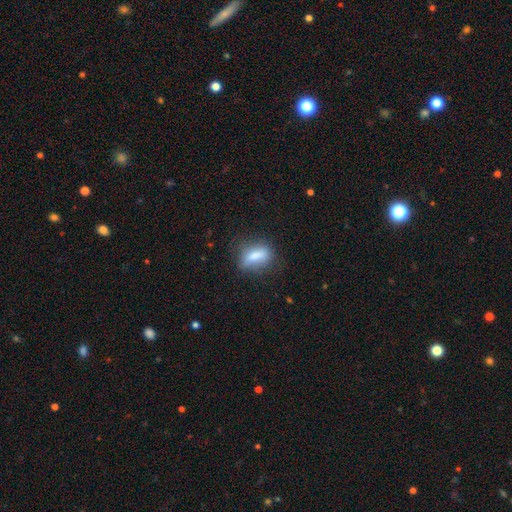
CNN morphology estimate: Smooth or featured?
  - smooth: 74% *
  - featured or disk: 17%
  - star or artifact: 9%
How rounded?
  - in between: 69% *
  - cigar-shaped: 20%
  - round: 11%
Merging?
  - none: 69% *
  - minor disturbance: 21%
  - major disturbance: 8%
  - merger: 2%